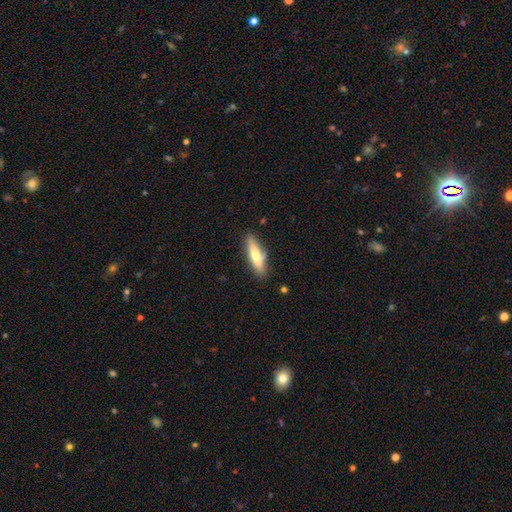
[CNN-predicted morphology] Smooth or featured? smooth (63%)
How rounded? cigar-shaped (68%)
Merging? none (81%)